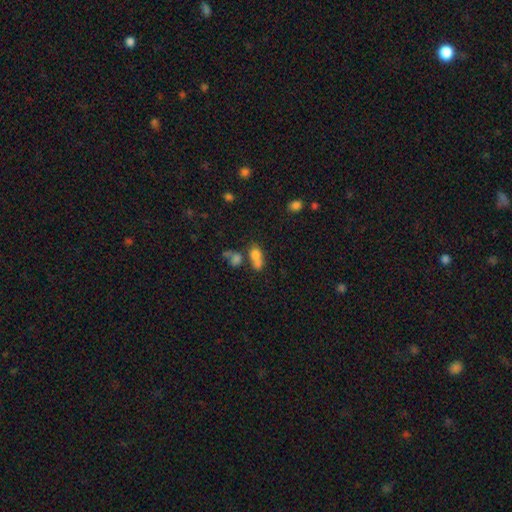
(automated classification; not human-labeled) smooth-or-featured: smooth: 73% | featured or disk: 14% | star or artifact: 13%
  how-rounded: in between: 65% | round: 29% | cigar-shaped: 6%
  merging: merger: 55% | none: 26% | minor disturbance: 10% | major disturbance: 8%